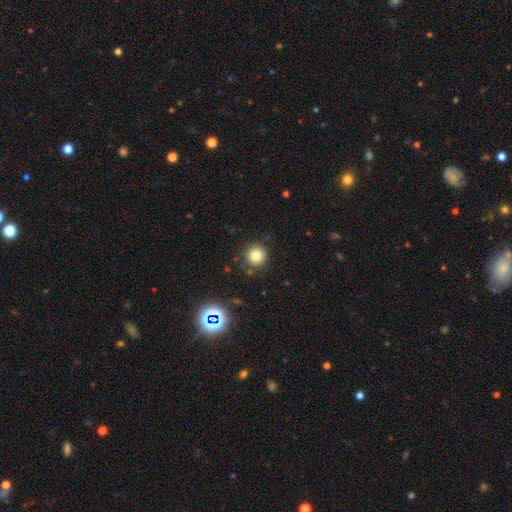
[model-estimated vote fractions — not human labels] A smooth galaxy with no disk features (80%) that is round (94%).

Vote fractions:
- Smooth or featured? smooth: 80% / star or artifact: 13% / featured or disk: 7%
- How rounded? round: 94% / in between: 5% / cigar-shaped: 1%
- Merging? none: 86% / minor disturbance: 9% / major disturbance: 3% / merger: 2%